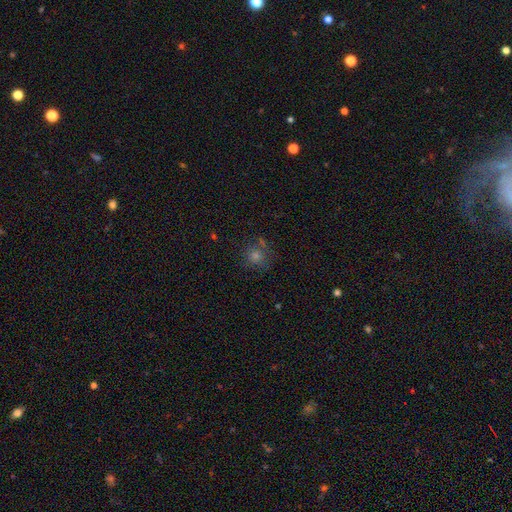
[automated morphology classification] smooth-or-featured: smooth: 58% | star or artifact: 28% | featured or disk: 14%
  how-rounded: round: 89% | in between: 10% | cigar-shaped: 1%
  merging: none: 73% | minor disturbance: 13% | merger: 7% | major disturbance: 6%